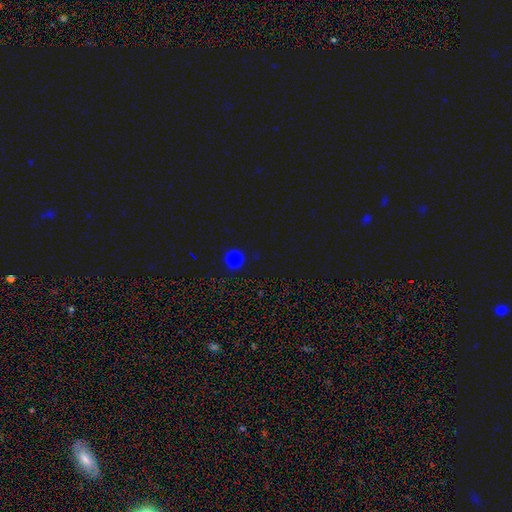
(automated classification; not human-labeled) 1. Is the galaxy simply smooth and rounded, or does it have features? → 81% smooth, 15% star or artifact, 3% featured or disk.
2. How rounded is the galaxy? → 96% round, 3% in between, 1% cigar-shaped.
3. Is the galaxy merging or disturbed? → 94% none, 3% minor disturbance, 1% major disturbance, 1% merger.